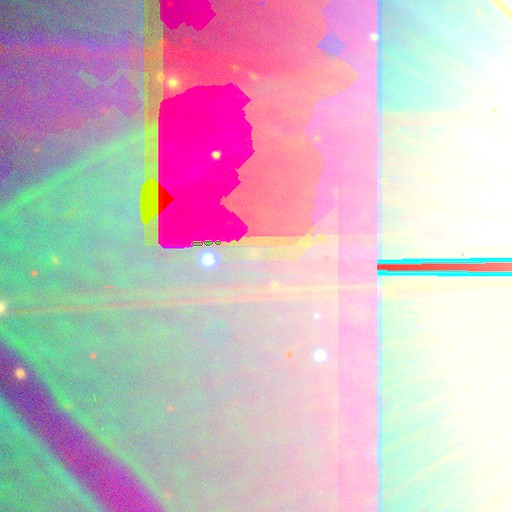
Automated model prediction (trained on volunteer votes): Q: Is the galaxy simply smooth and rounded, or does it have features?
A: star or artifact — 86%.